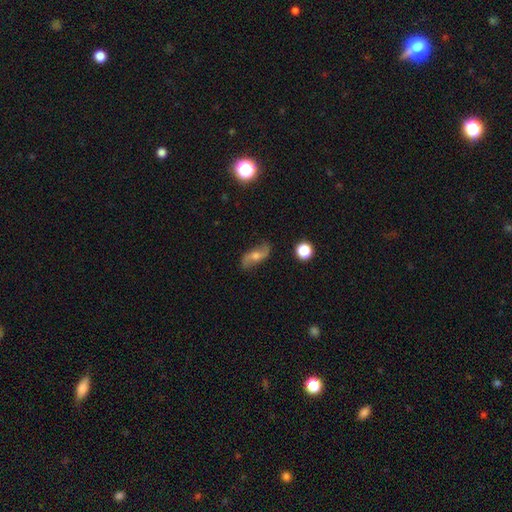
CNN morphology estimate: This is likely a featured or disk galaxy (64%). It is clearly not viewed edge-on (90%). Bar: possibly no (59%). Spiral arm pattern: clearly yes (89%). Spiral arm count: clearly 2 (91%). Spiral winding: likely loose (78%). Central bulge: possibly moderate (60%). Merging: likely none (78%).